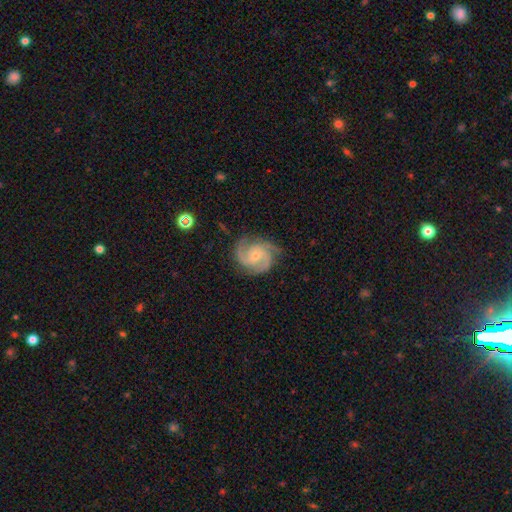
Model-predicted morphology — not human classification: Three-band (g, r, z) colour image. It shows a featured or disk galaxy (90%) with no bar (62%), 3 (55%) medium (49%) spiral arms (98%) and a small central bulge (67%). Merging: none (77%).